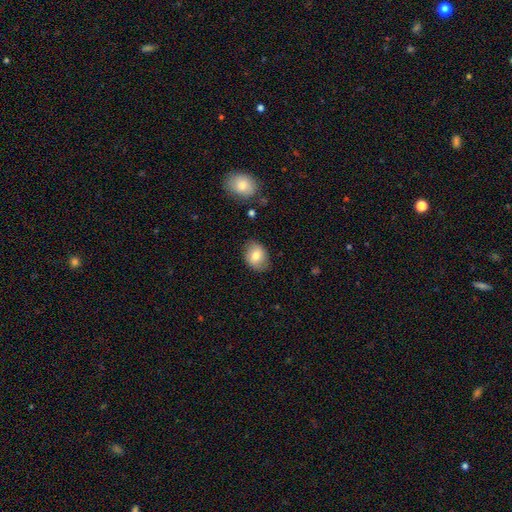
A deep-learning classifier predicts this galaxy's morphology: smooth_or_featured: smooth (p=0.73) [alt: featured or disk p=0.19]
how_rounded: in between (p=0.63) [alt: round p=0.36]
merging: none (p=0.81) [alt: minor disturbance p=0.14]